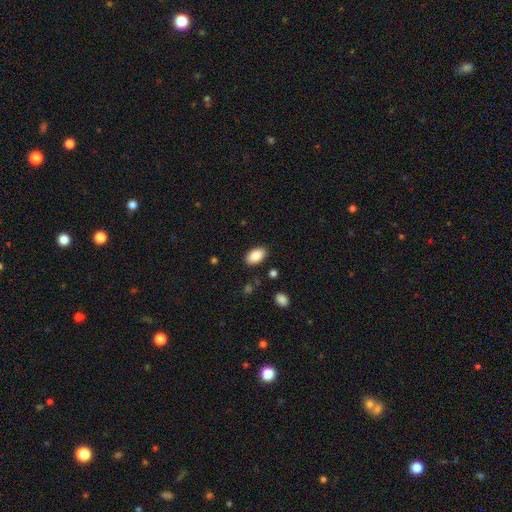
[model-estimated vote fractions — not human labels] Smooth or featured? Predicted: smooth (p=0.88). How rounded? Predicted: in between (p=0.93). Merging? Predicted: none (p=0.87).